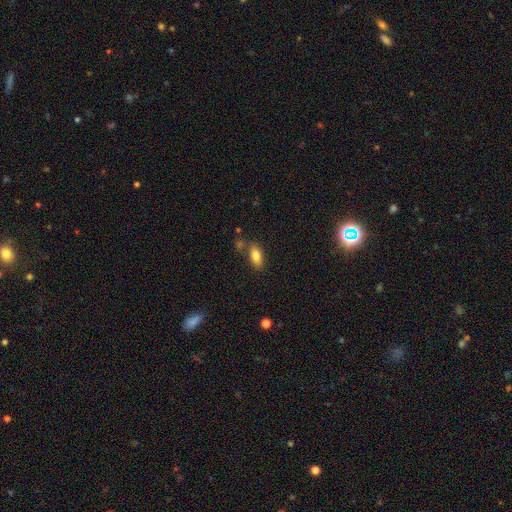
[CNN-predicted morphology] smooth-or-featured: smooth: 83% | featured or disk: 9% | star or artifact: 8%
  how-rounded: in between: 89% | cigar-shaped: 6% | round: 5%
  merging: none: 69% | minor disturbance: 15% | merger: 13% | major disturbance: 4%